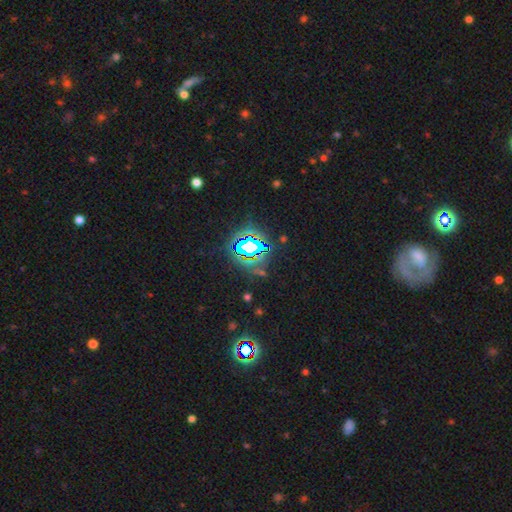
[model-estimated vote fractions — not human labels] Smooth or featured?
  - star or artifact: 79% *
  - smooth: 11%
  - featured or disk: 10%